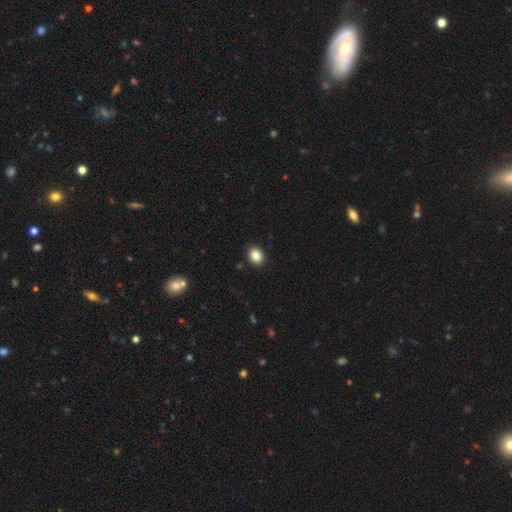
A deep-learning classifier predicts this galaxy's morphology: type=smooth (87%); roundness=round (51%); merging=none (91%).